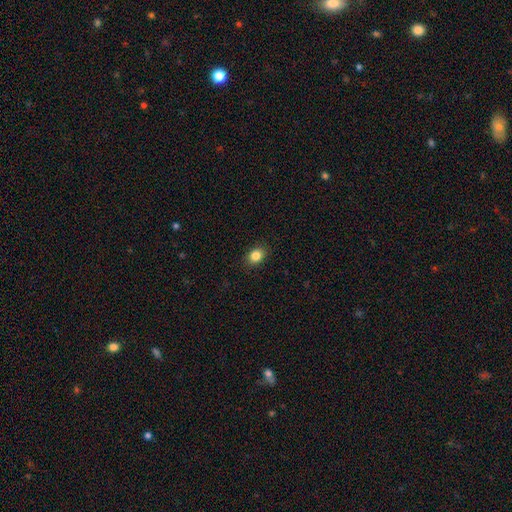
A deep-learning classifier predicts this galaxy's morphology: smooth-or-featured: smooth: 84% | star or artifact: 10% | featured or disk: 5%
  how-rounded: in between: 52% | round: 47% | cigar-shaped: 1%
  merging: none: 89% | minor disturbance: 8% | major disturbance: 2% | merger: 1%